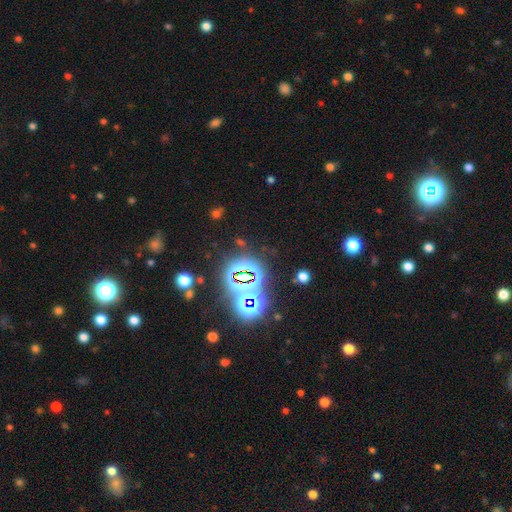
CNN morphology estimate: smooth_or_featured: star or artifact (p=0.78) [alt: smooth p=0.12]